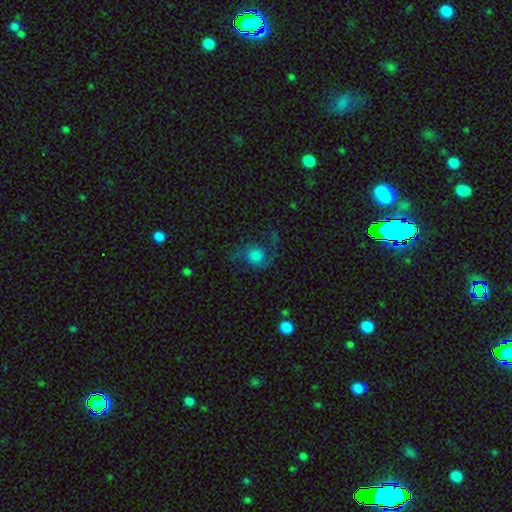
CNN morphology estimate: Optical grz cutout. It shows a featured or disk galaxy (63%) with no bar (76%), 2 (89%) loose (62%) spiral arms (92%) and a large central bulge (37%). Merging: none (60%).